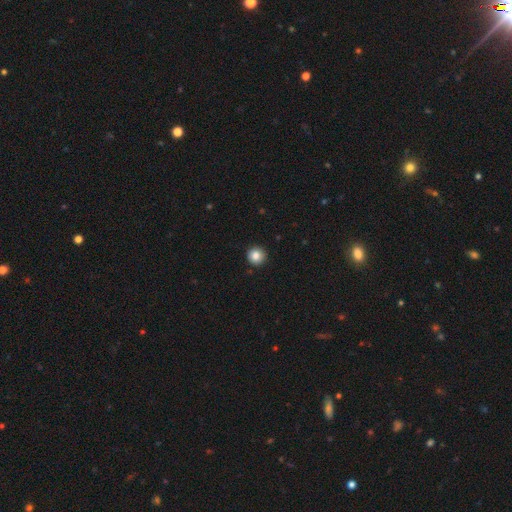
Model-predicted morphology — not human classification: Smooth or featured? smooth (85%)
How rounded? round (95%)
Merging? none (92%)